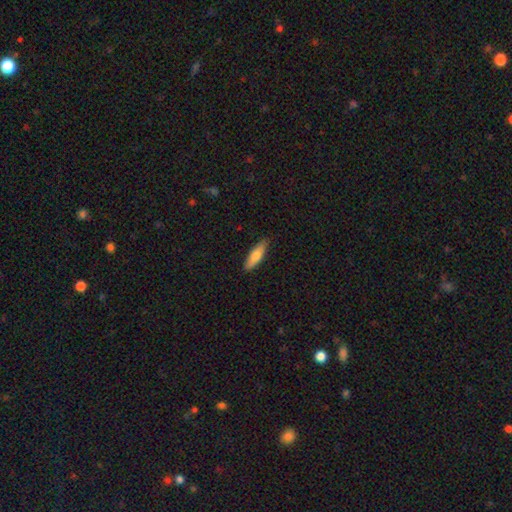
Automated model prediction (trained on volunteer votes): Overall: smooth (76%). How rounded: cigar-shaped (54%; in between 44%). Merging: none (86%).